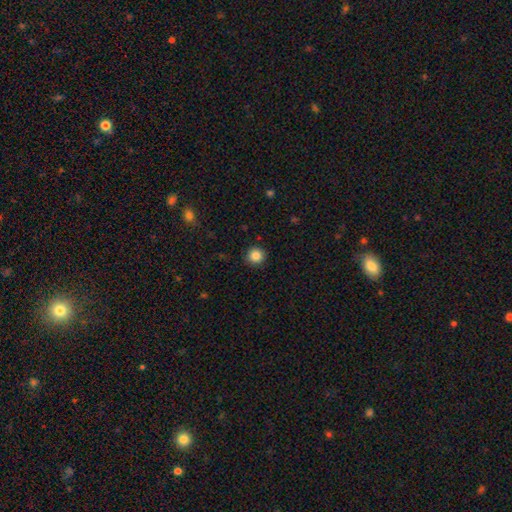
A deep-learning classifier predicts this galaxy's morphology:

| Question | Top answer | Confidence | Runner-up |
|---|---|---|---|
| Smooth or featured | smooth | 85% | star or artifact (10%) |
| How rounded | round | 94% | in between (5%) |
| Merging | none | 92% | minor disturbance (5%) |